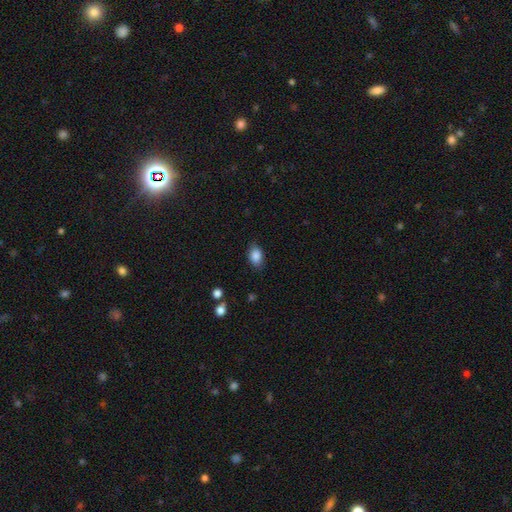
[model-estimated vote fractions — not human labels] smooth 86%, star or artifact 8%, featured or disk 6%. Down the decision tree: how rounded — in between (84%); merging — none (83%).